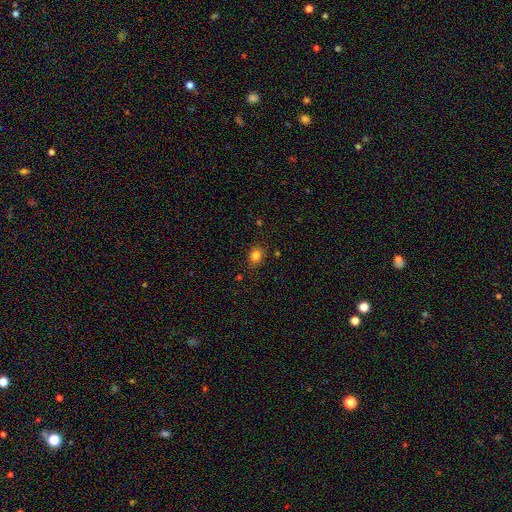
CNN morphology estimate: A smooth galaxy with no disk features (83%) that is round (51%).

Vote fractions:
- Smooth or featured? smooth: 83% / star or artifact: 12% / featured or disk: 6%
- How rounded? round: 51% / in between: 48% / cigar-shaped: 1%
- Merging? none: 84% / minor disturbance: 12% / major disturbance: 3% / merger: 2%